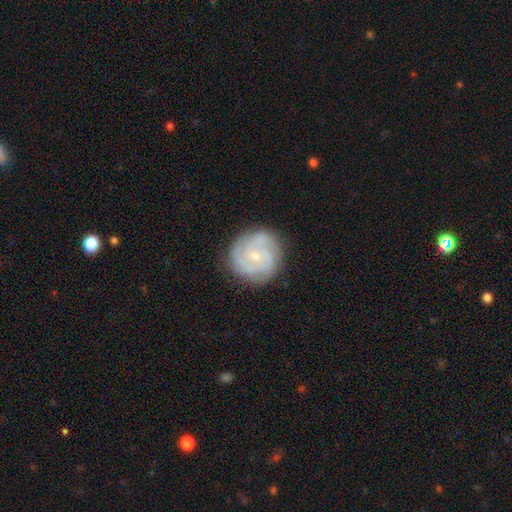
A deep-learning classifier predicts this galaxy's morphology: Smooth or featured? Predicted: featured or disk (p=0.78). Edge-on disk? Predicted: no (p=0.98). Bar? Predicted: no (p=0.73). Spiral arms? Predicted: yes (p=0.94). Spiral winding? Predicted: tight (p=0.67). Spiral arm count? Predicted: 3 (p=0.34). Bulge size? Predicted: small (p=0.70). Merging? Predicted: none (p=0.81).